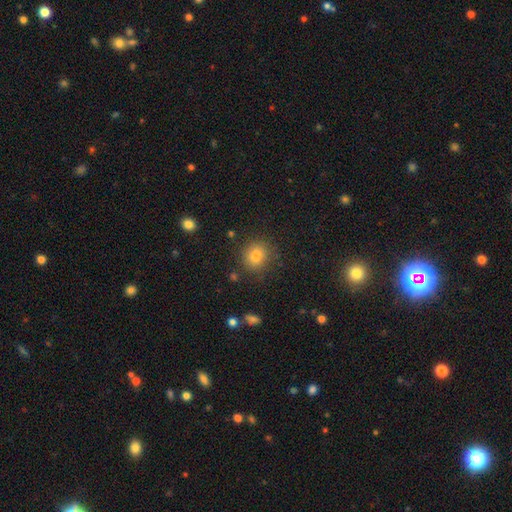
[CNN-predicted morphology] Overall: smooth (81%). How rounded: round (81%). Merging: none (84%).